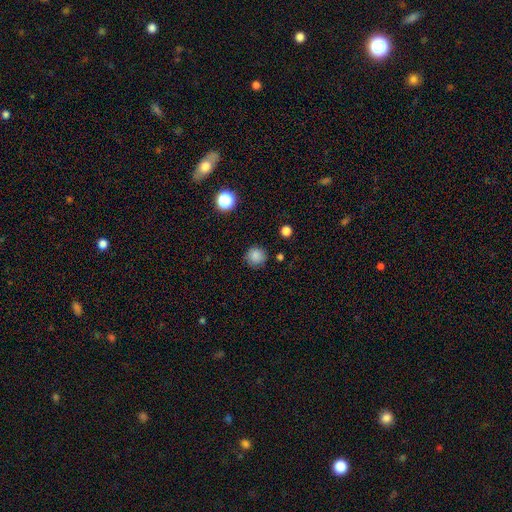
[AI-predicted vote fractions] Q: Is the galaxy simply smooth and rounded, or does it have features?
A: smooth — 84%.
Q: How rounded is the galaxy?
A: round — 93%.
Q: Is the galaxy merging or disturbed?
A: none — 85%.